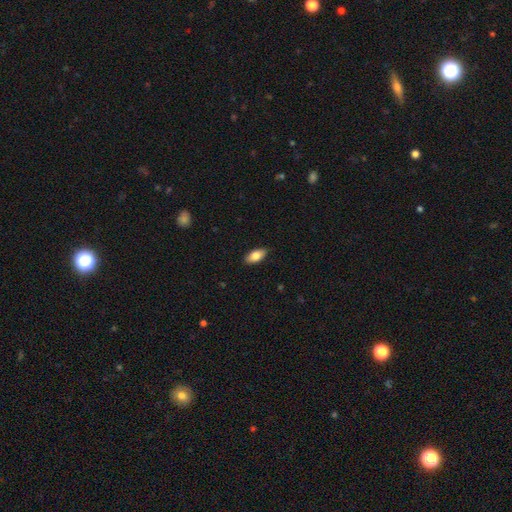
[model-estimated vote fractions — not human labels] A smooth galaxy with no disk features (81%) that is in between round and cigar-shaped (91%).

Vote fractions:
- Smooth or featured? smooth: 81% / featured or disk: 12% / star or artifact: 7%
- How rounded? in between: 91% / cigar-shaped: 6% / round: 3%
- Merging? none: 88% / minor disturbance: 9% / major disturbance: 2% / merger: 1%